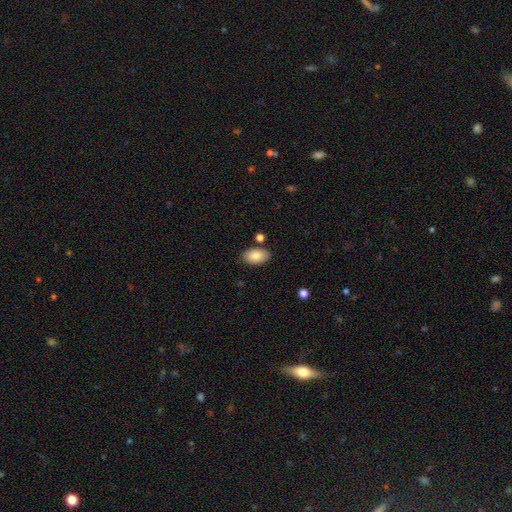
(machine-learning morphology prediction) smooth-or-featured: smooth: 85% | featured or disk: 8% | star or artifact: 7%
  how-rounded: in between: 93% | round: 6% | cigar-shaped: 1%
  merging: none: 82% | minor disturbance: 11% | merger: 4% | major disturbance: 2%